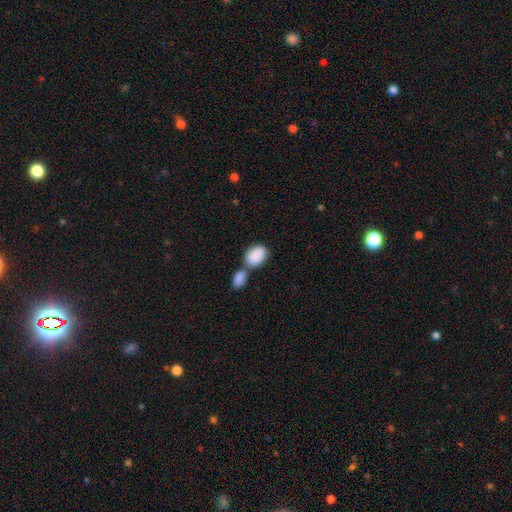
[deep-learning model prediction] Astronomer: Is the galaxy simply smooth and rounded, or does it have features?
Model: smooth — 88%.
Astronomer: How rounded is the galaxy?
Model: in between — 86%.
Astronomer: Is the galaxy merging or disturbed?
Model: merger — 53% (runner-up: none, 32%).